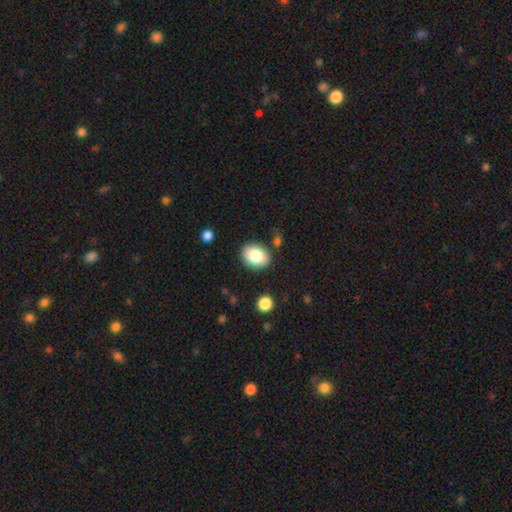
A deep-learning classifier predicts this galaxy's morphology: Smooth or featured?
  - smooth: 82% *
  - featured or disk: 10%
  - star or artifact: 8%
How rounded?
  - in between: 58% *
  - round: 41%
  - cigar-shaped: 1%
Merging?
  - none: 85% *
  - minor disturbance: 10%
  - merger: 3%
  - major disturbance: 3%